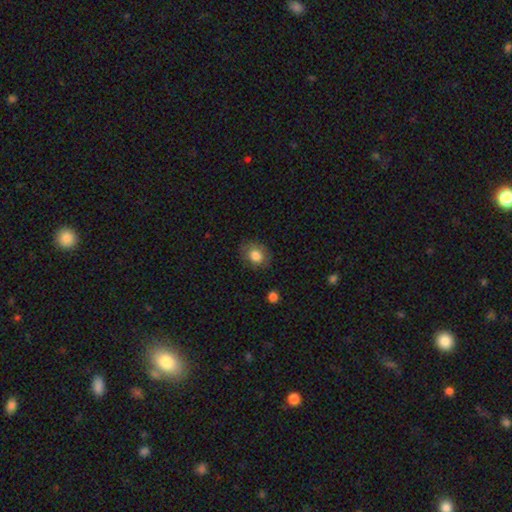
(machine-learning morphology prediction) A smooth galaxy with no disk features (81%) that is round (51%).

Vote fractions:
- Smooth or featured? smooth: 81% / featured or disk: 10% / star or artifact: 9%
- How rounded? round: 51% / in between: 48% / cigar-shaped: 1%
- Merging? none: 76% / minor disturbance: 17% / major disturbance: 5% / merger: 1%